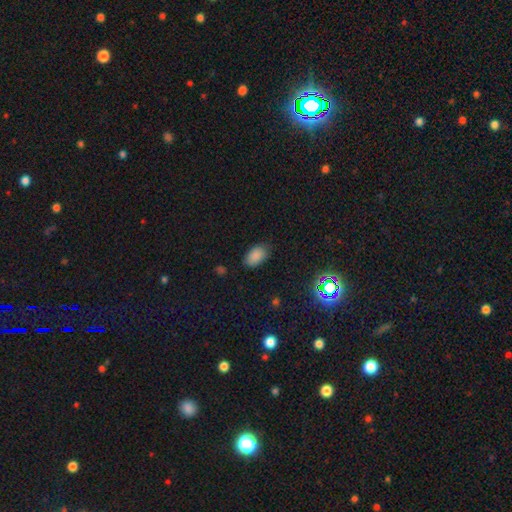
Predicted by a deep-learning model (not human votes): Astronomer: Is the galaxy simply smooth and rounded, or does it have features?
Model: smooth — 84%.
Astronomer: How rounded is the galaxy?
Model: in between — 93%.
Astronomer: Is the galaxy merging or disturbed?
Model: none — 80%.